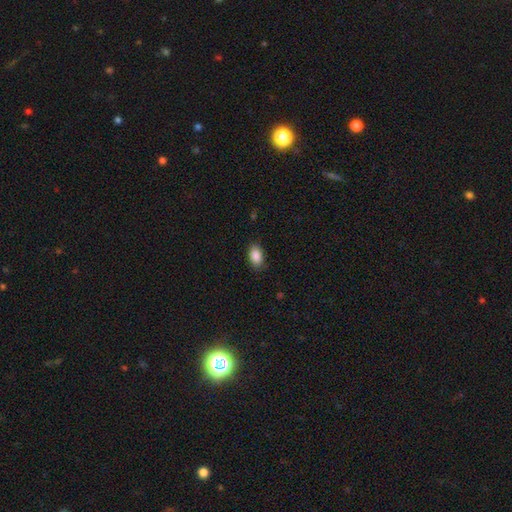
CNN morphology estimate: smooth_or_featured: smooth (p=0.88) [alt: star or artifact p=0.07]
how_rounded: in between (p=0.91) [alt: round p=0.07]
merging: none (p=0.85) [alt: minor disturbance p=0.11]